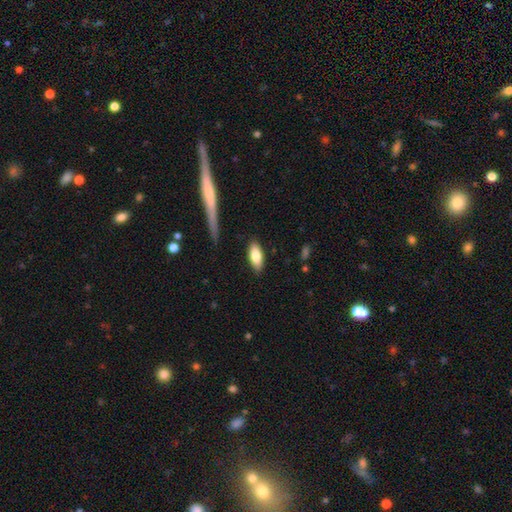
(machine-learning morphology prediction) type=smooth (80%); roundness=in between (81%); merging=none (86%).